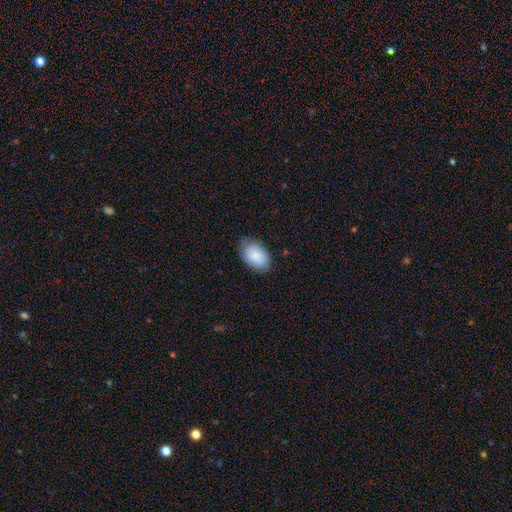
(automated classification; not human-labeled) This is clearly a smooth galaxy (86%). How rounded: clearly in between (89%). Merging: likely none (75%).